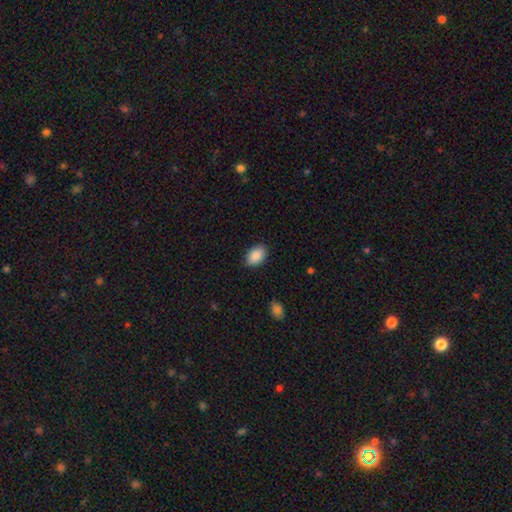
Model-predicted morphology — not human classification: Smooth or featured? Predicted: smooth (p=0.90). How rounded? Predicted: in between (p=0.87). Merging? Predicted: none (p=0.86).